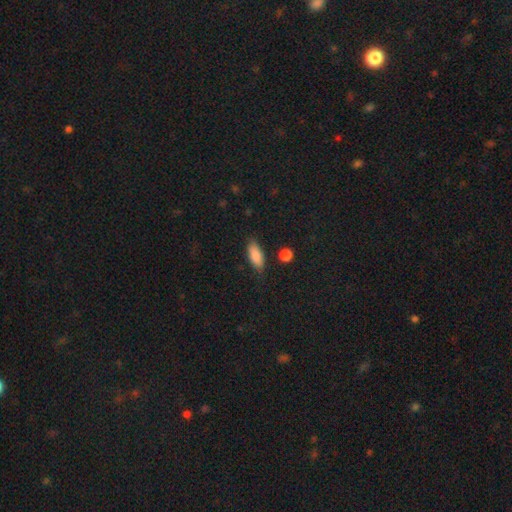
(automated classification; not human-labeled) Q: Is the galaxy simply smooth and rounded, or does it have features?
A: smooth — 86%.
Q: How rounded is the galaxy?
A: in between — 81%.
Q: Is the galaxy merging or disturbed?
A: none — 78%.